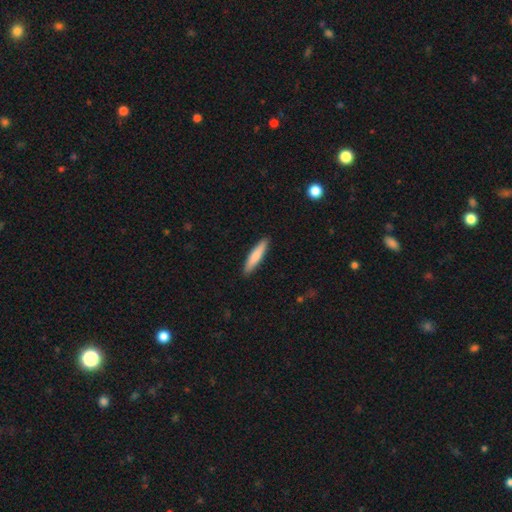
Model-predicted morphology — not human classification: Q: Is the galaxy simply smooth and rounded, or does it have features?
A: smooth — 78%.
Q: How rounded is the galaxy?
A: cigar-shaped — 88%.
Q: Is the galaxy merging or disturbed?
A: none — 91%.